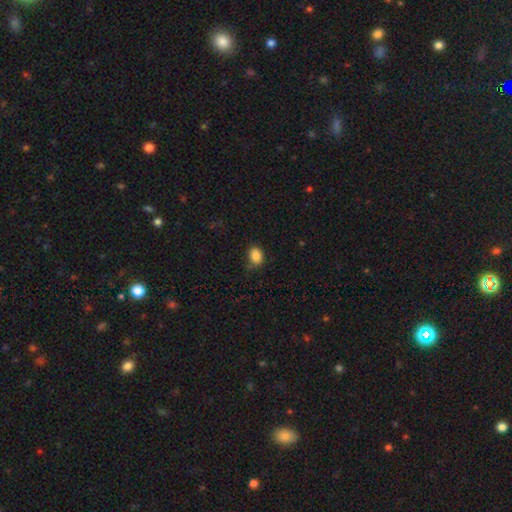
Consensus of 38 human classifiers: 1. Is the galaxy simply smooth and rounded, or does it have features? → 92% smooth, 5% featured or disk, 3% star or artifact.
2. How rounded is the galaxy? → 57% round, 43% in between, 0% cigar-shaped.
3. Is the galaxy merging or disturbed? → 68% none, 22% minor disturbance, 5% major disturbance, 5% merger.